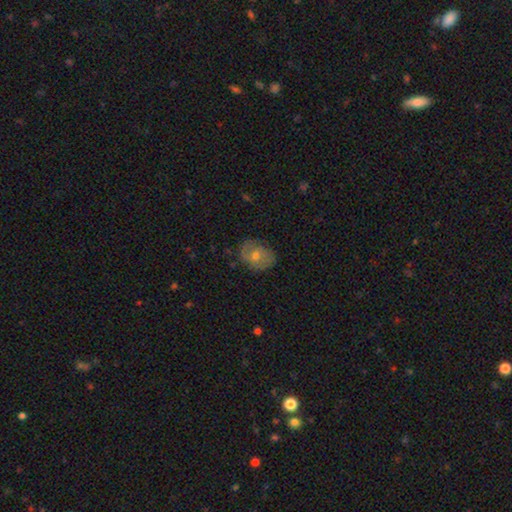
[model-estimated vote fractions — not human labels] Smooth or featured? Predicted: smooth (p=0.49). Merging? Predicted: none (p=0.76).